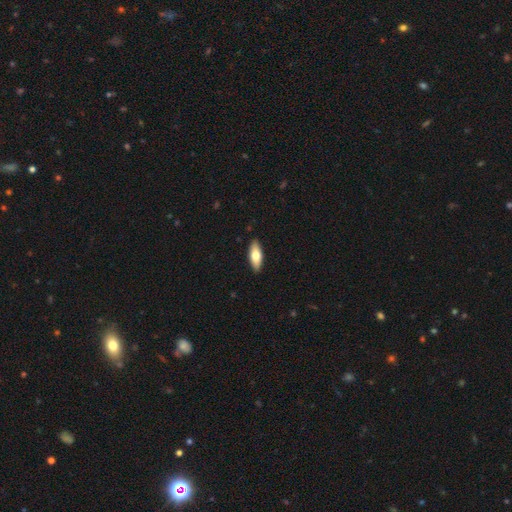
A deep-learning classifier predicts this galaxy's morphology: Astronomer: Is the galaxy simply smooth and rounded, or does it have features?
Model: smooth — 72%.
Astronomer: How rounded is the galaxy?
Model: in between — 74%.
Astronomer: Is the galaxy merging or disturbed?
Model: none — 90%.